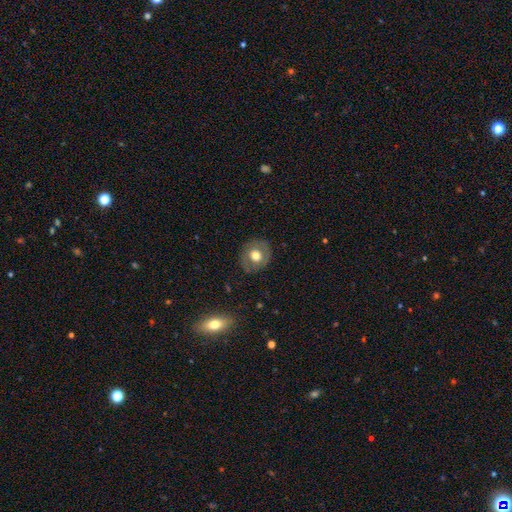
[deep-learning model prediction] smooth_or_featured: smooth (p=0.61) [alt: featured or disk p=0.30]
how_rounded: round (p=0.79) [alt: in between p=0.20]
merging: none (p=0.83) [alt: minor disturbance p=0.12]